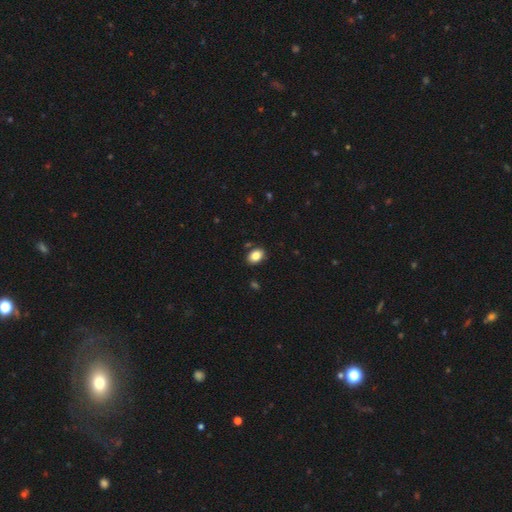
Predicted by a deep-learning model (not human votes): A smooth galaxy with no disk features (85%) that is in between round and cigar-shaped (80%). Merging: none (85%).